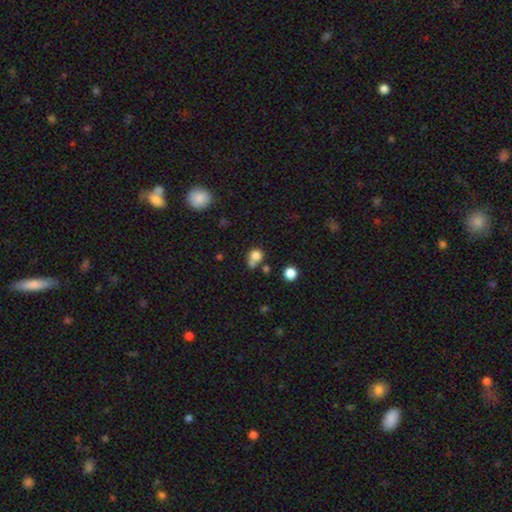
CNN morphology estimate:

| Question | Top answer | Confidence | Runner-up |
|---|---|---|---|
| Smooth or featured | smooth | 79% | star or artifact (12%) |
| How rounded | round | 80% | in between (19%) |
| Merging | none | 43% | merger (37%) |